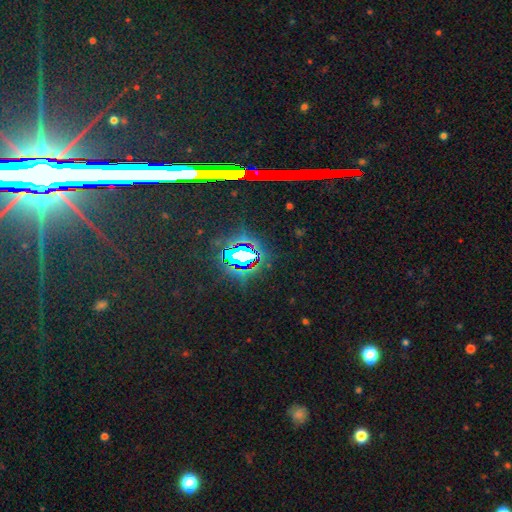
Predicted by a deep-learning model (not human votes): This is likely a star or artifact rather than a galaxy (79%).